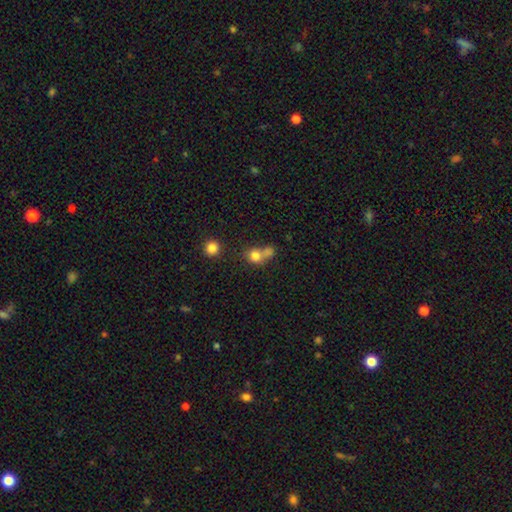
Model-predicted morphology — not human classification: A smooth galaxy with no disk features (77%) that is round (75%). Merging: merger (51%).